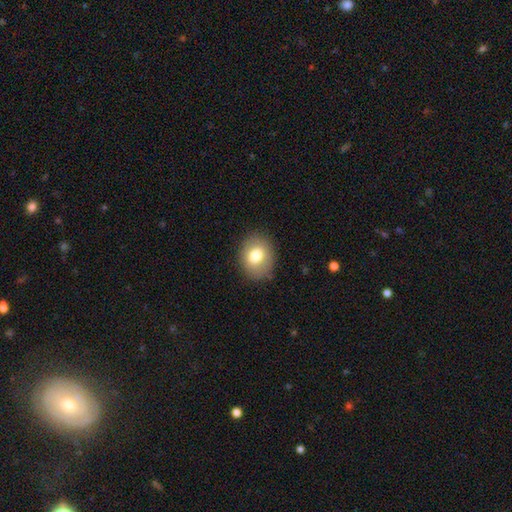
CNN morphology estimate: type=smooth (77%); roundness=round (51%); merging=none (84%).